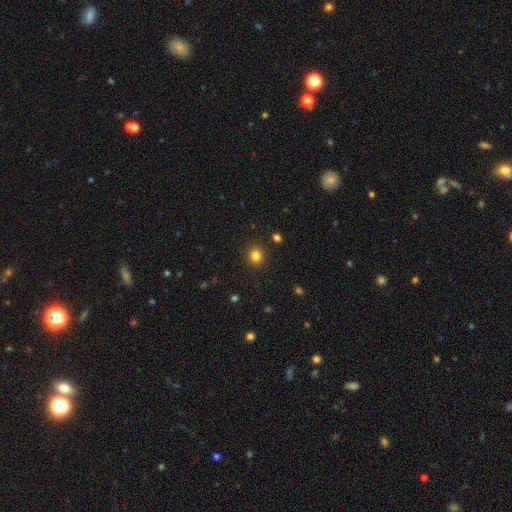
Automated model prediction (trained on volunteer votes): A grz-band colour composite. It shows a smooth galaxy with no disk features (82%) that is round (73%). Merging: none (88%).